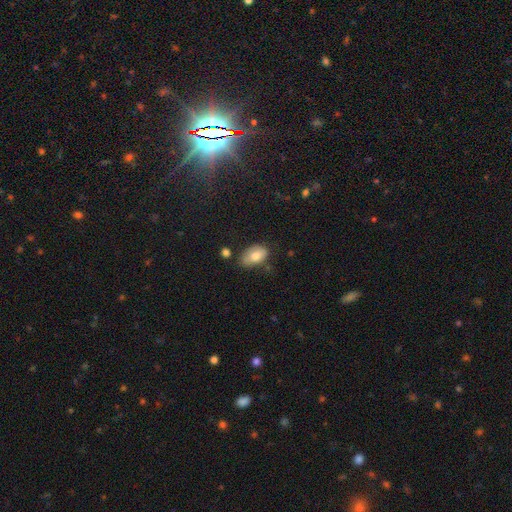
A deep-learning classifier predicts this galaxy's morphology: Overall: smooth (79%). How rounded: in between (91%). Merging: none (56%; minor disturbance 32%).